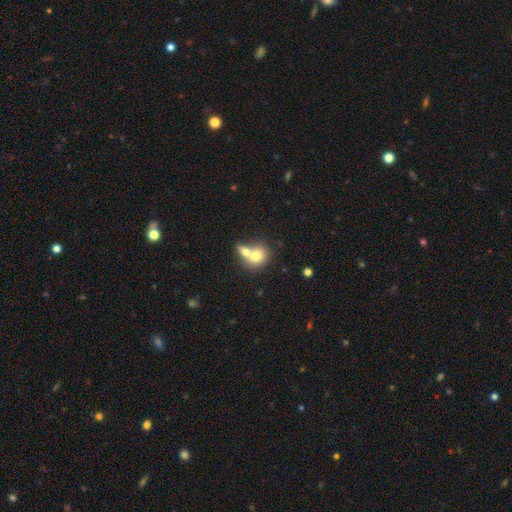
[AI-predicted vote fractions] Smooth or featured? Predicted: smooth (p=0.71). How rounded? Predicted: round (p=0.67). Merging? Predicted: merger (p=0.62).